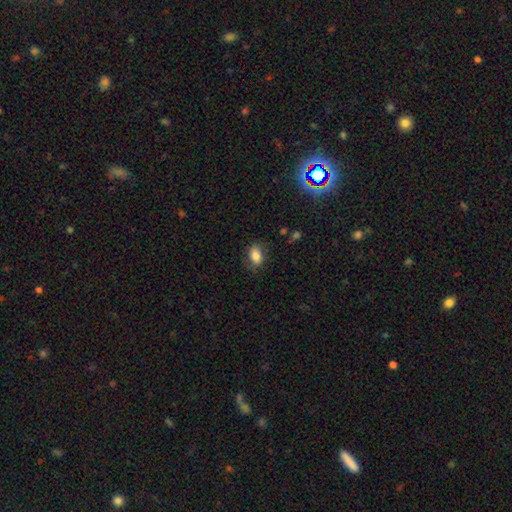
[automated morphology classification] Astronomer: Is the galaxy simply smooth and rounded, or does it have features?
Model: smooth — 80%.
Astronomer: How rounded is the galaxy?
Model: in between — 83%.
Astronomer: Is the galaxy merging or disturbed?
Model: none — 72%.